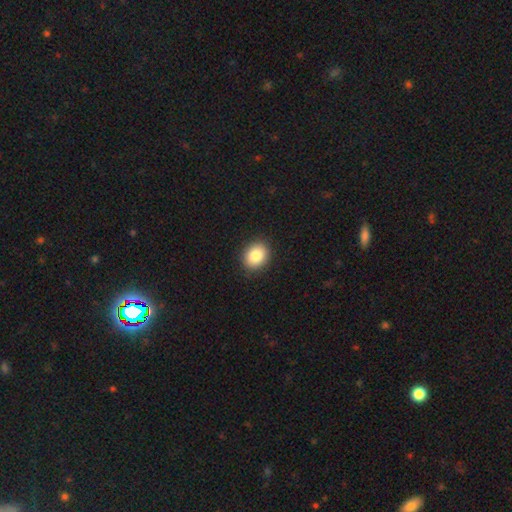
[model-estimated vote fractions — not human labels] smooth 84%, star or artifact 9%, featured or disk 7%. Down the decision tree: how rounded — round (52%); merging — none (90%).